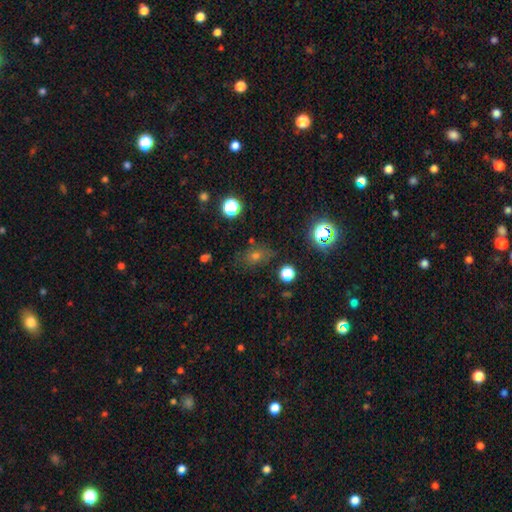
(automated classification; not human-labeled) The model was most divided on "smooth or featured": smooth: 51%, star or artifact: 35%, featured or disk: 14%. More confident: merging — none (78%); how rounded — in between (57%).